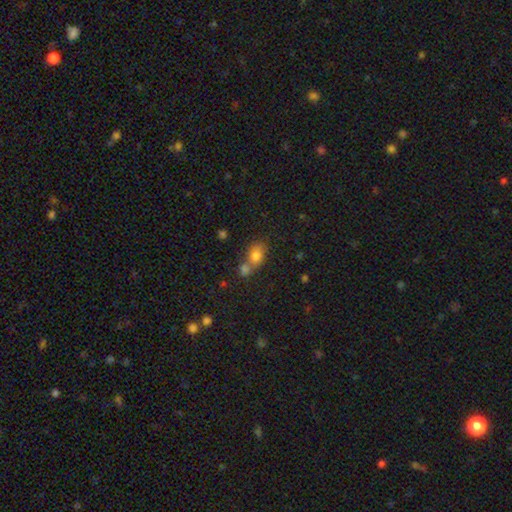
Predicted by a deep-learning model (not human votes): Morphology: type=smooth (77%); roundness=in between (66%); merging=merger (46%).